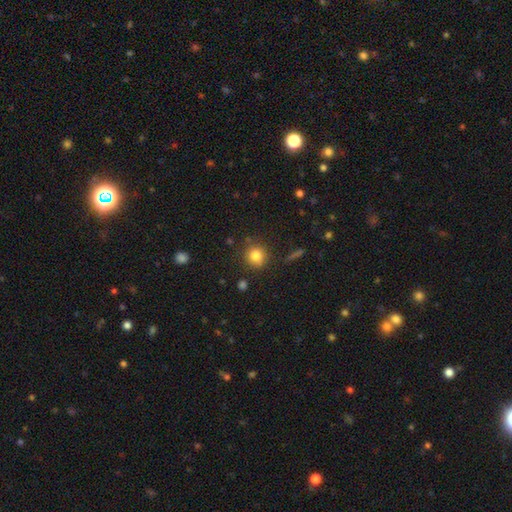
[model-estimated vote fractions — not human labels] Smooth or featured? Predicted: smooth (p=0.82). How rounded? Predicted: round (p=0.89). Merging? Predicted: none (p=0.82).